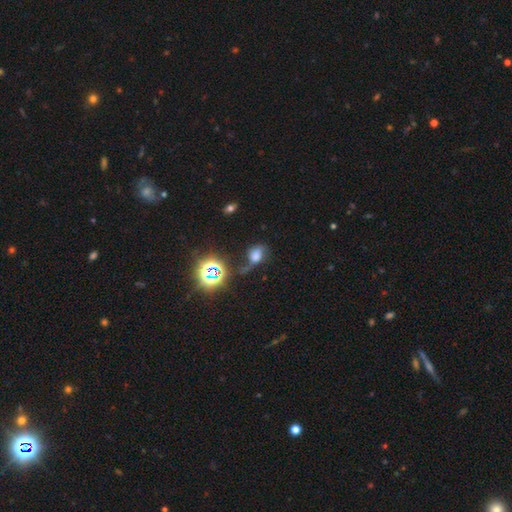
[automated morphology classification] smooth_or_featured: smooth (p=0.46) [alt: star or artifact p=0.28]
merging: none (p=0.31) [tied with: major disturbance p=0.31]